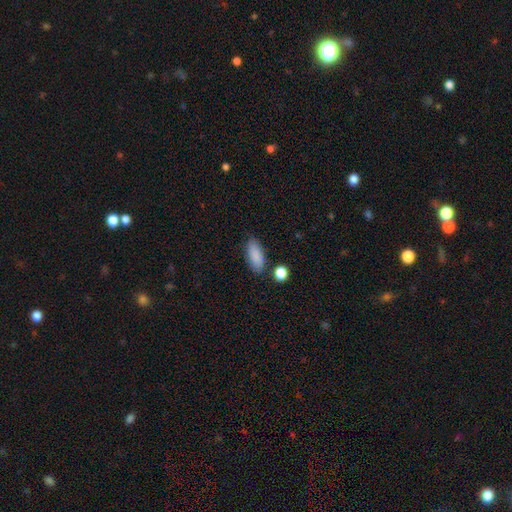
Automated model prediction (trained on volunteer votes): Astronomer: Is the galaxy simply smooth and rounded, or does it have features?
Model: smooth — 87%.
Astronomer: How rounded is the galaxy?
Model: in between — 82%.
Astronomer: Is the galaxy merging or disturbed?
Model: none — 79%.